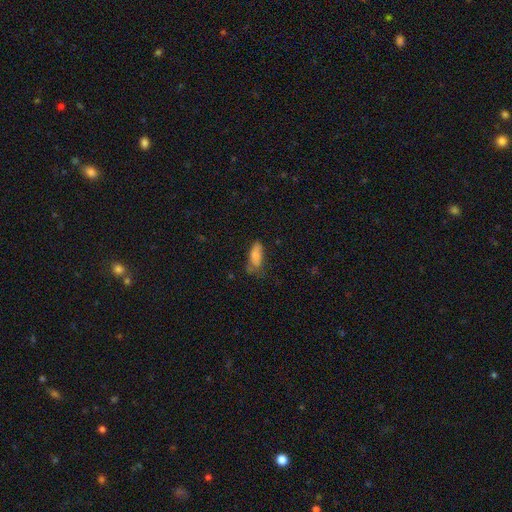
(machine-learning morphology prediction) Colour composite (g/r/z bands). It shows a smooth galaxy with no disk features (80%) that is in between round and cigar-shaped (78%). Merging: none (48%).